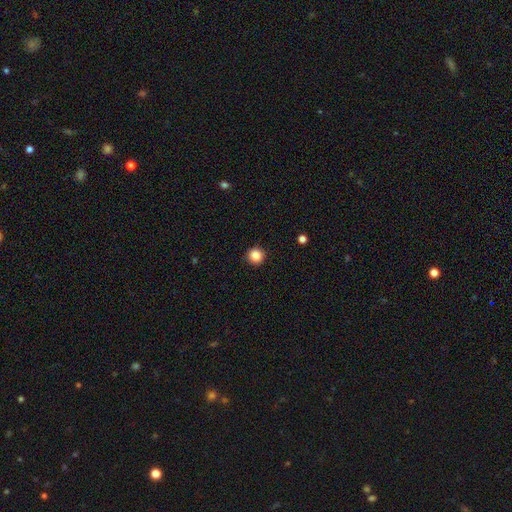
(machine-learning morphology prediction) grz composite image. It shows a smooth galaxy with no disk features (86%) that is round (95%). Merging: none (92%).